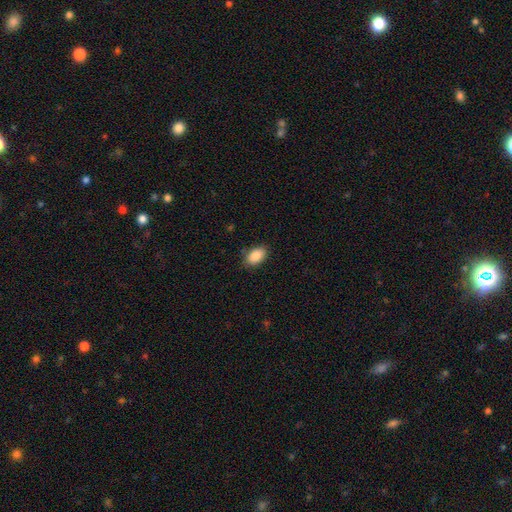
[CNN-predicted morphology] smooth-or-featured: smooth: 89% | star or artifact: 7% | featured or disk: 4%
  how-rounded: in between: 90% | round: 9% | cigar-shaped: 1%
  merging: none: 84% | minor disturbance: 12% | major disturbance: 3% | merger: 1%